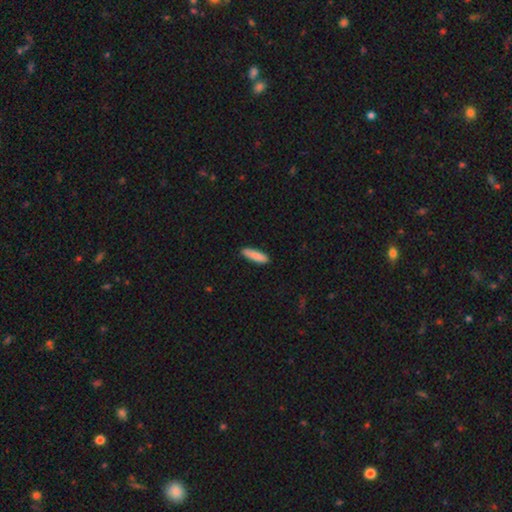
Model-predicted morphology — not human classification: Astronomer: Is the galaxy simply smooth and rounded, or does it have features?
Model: smooth — 87%.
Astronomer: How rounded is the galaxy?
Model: cigar-shaped — 67%.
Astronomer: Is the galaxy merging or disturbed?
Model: none — 87%.